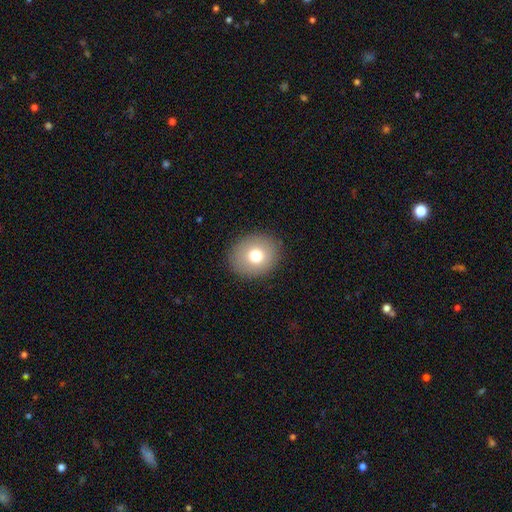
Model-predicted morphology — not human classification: This is likely a smooth galaxy (75%). How rounded: likely round (71%). Merging: clearly none (90%).